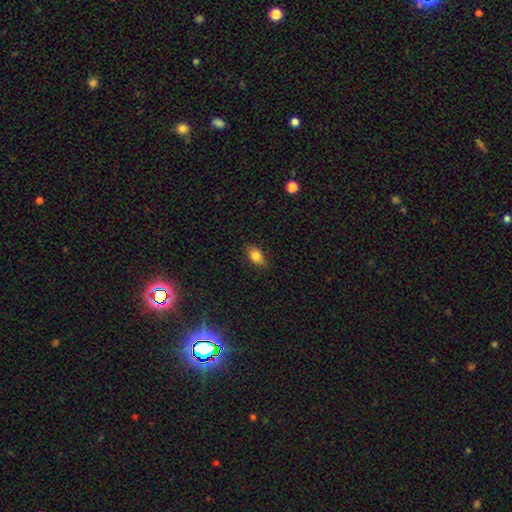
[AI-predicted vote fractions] A smooth galaxy with no disk features (83%) that is in between round and cigar-shaped (84%).

Vote fractions:
- Smooth or featured? smooth: 83% / star or artifact: 9% / featured or disk: 8%
- How rounded? in between: 84% / round: 12% / cigar-shaped: 3%
- Merging? none: 84% / minor disturbance: 12% / major disturbance: 3% / merger: 1%